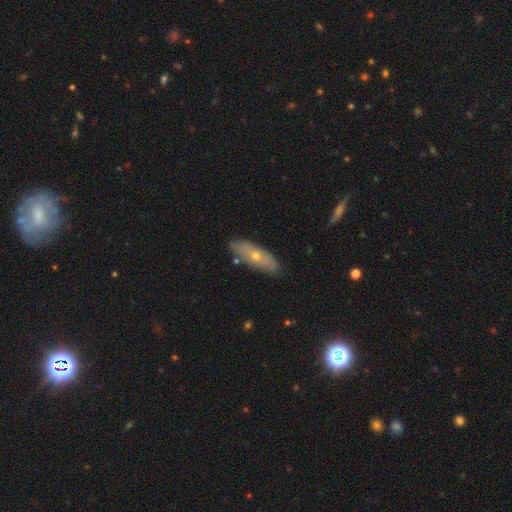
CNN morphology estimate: type=smooth (47%); merging=none (83%).